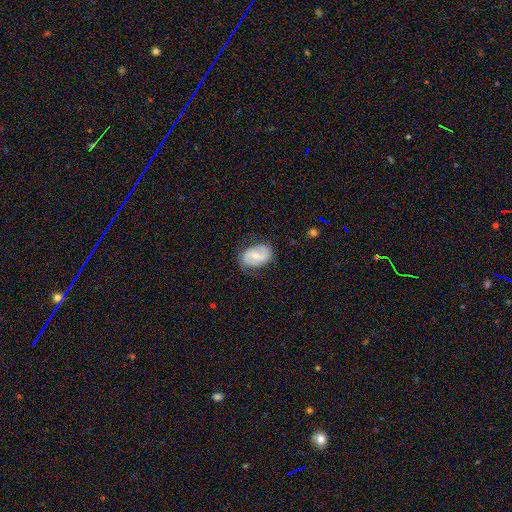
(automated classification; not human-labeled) featured or disk 60%, smooth 33%, star or artifact 6%. Down the decision tree: edge-on disk — no (96%); bar — weak (46%); spiral arms — yes (71%); bulge size — moderate (50%); merging — none (73%).